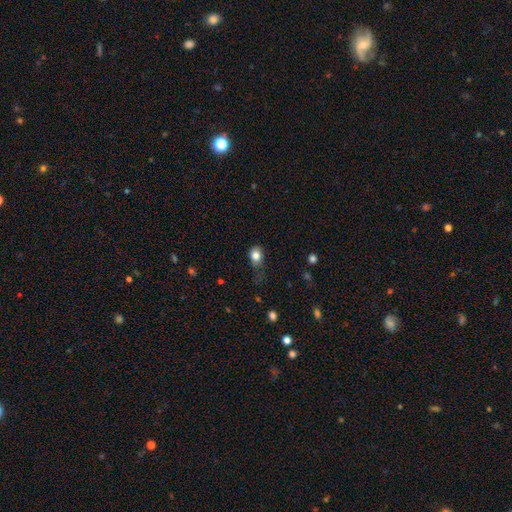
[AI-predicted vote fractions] Overall: smooth (82%). How rounded: in between (55%; round 44%). Merging: none (50%; minor disturbance 34%).